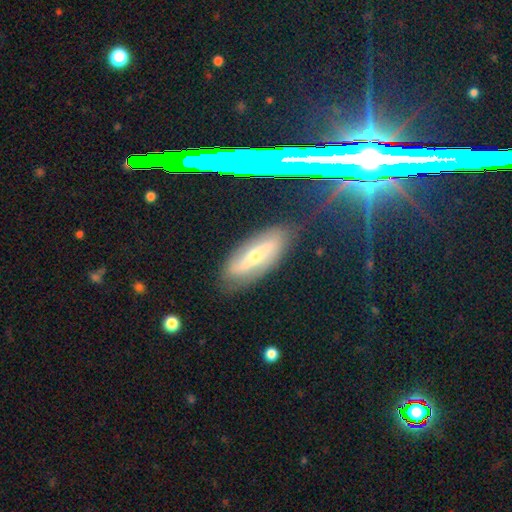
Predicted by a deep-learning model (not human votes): This appears to be a featured or disk galaxy (52%). Merging: none (82%).